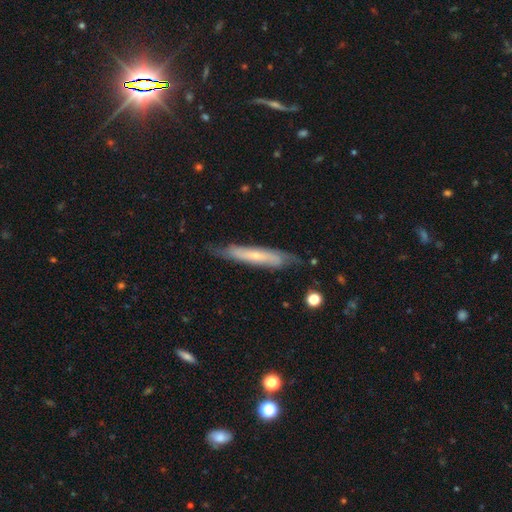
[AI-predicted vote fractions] Morphology: type=featured or disk (58%); edge-on=yes (60%); merging=none (72%).